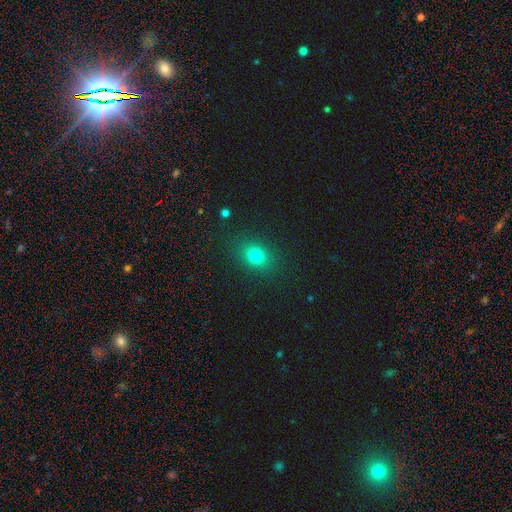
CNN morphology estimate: Q: Smooth or featured?
A: smooth (77%); runner-up: star or artifact (15%)
Q: How rounded?
A: in between (51%); runner-up: round (47%)
Q: Merging?
A: none (87%); runner-up: minor disturbance (9%)